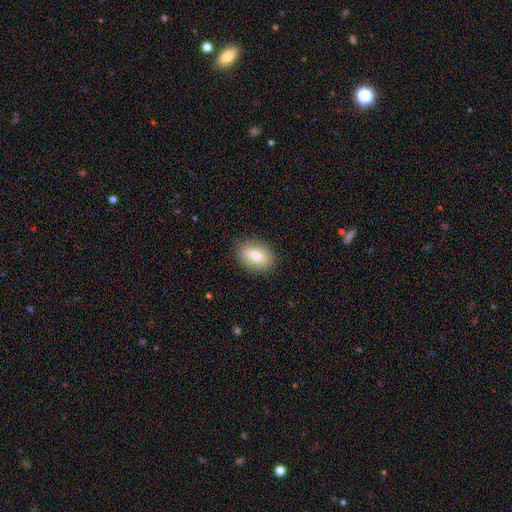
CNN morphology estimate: smooth_or_featured: smooth (p=0.74) [alt: featured or disk p=0.18]
how_rounded: in between (p=0.77) [alt: round p=0.21]
merging: none (p=0.88) [alt: minor disturbance p=0.09]